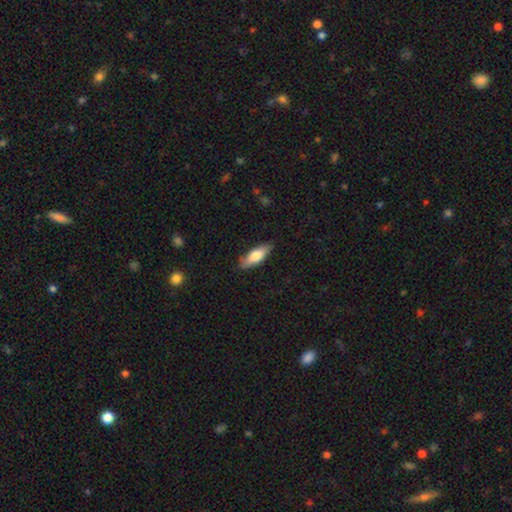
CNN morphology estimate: A smooth galaxy with no disk features (72%) that is in between round and cigar-shaped (60%). Merging: none (82%).